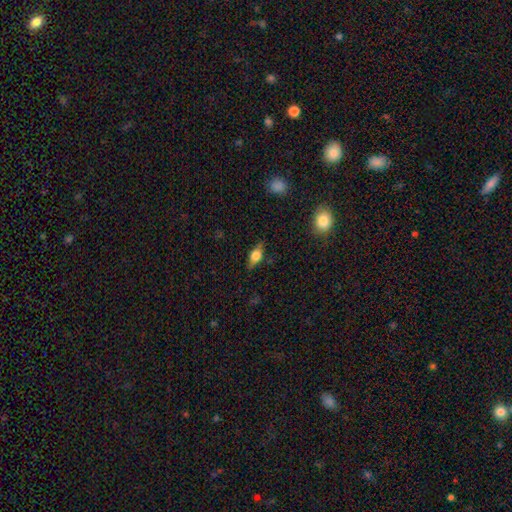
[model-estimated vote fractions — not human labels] This appears to be a smooth galaxy with no disk features (48%). Merging: none (80%).